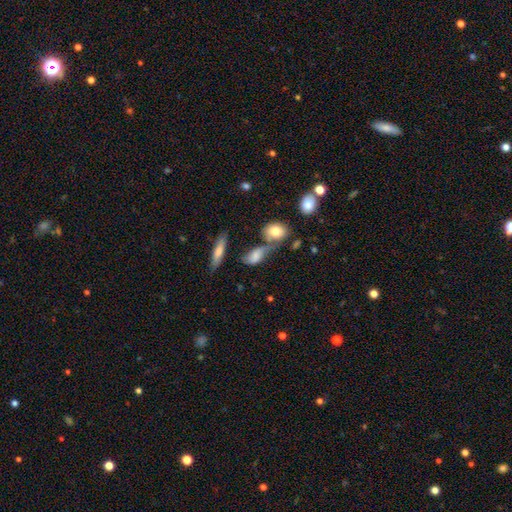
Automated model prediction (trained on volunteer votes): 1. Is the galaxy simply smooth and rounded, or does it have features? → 68% smooth, 22% featured or disk, 10% star or artifact.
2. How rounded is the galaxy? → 77% in between, 12% cigar-shaped, 10% round.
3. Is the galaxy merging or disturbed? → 38% none, 26% merger, 23% minor disturbance, 13% major disturbance.